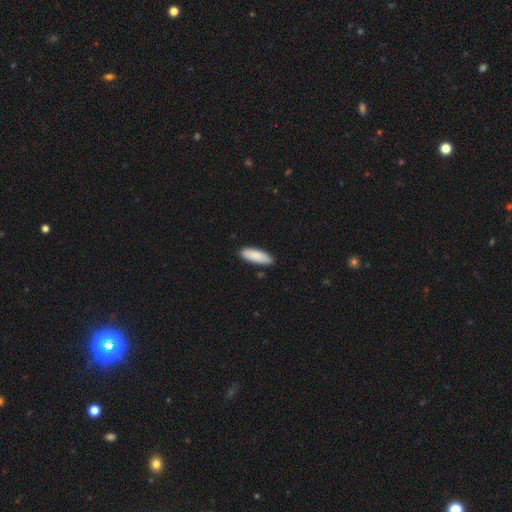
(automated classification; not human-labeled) Overall: smooth (88%). How rounded: in between (60%; cigar-shaped 39%). Merging: none (86%).